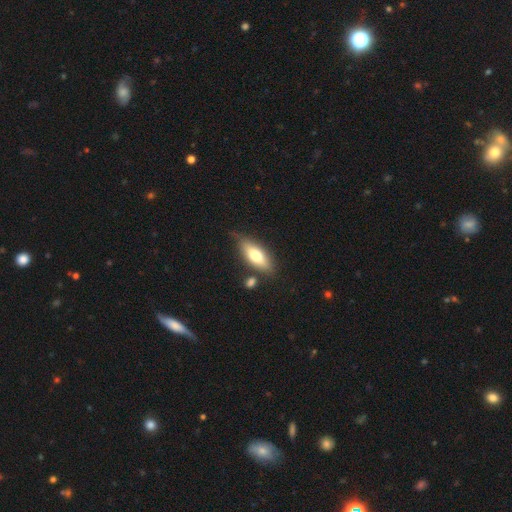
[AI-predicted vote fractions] smooth 69%, featured or disk 25%, star or artifact 6%. Down the decision tree: how rounded — in between (73%); merging — none (70%).